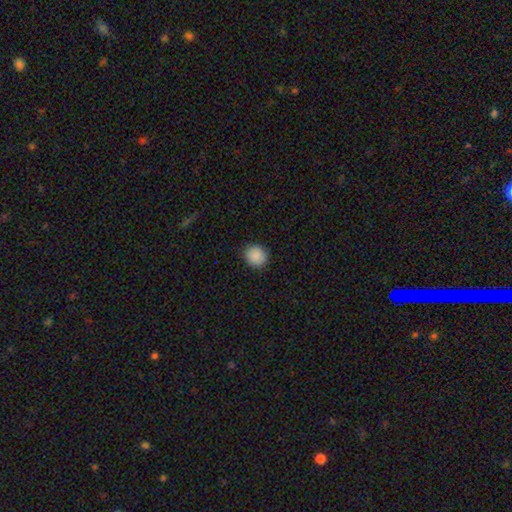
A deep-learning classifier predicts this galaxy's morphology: smooth-or-featured: smooth: 89% | star or artifact: 8% | featured or disk: 3%
  how-rounded: round: 86% | in between: 13% | cigar-shaped: 1%
  merging: none: 90% | minor disturbance: 7% | major disturbance: 2% | merger: 1%